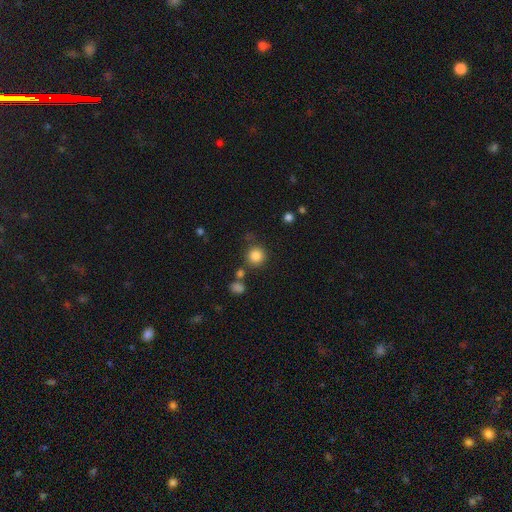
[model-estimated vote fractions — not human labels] smooth-or-featured: smooth: 83% | star or artifact: 11% | featured or disk: 5%
  how-rounded: round: 93% | in between: 6% | cigar-shaped: 1%
  merging: none: 79% | minor disturbance: 10% | merger: 7% | major disturbance: 4%